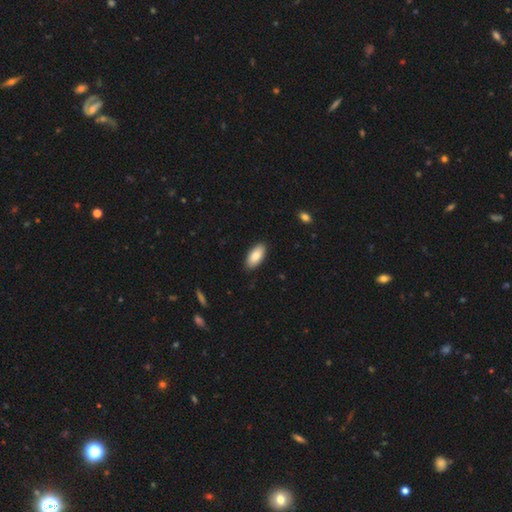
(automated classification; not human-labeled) Smooth or featured: smooth — 82% (featured or disk — 12%)
How rounded: in between — 91% (cigar-shaped — 7%)
Merging: none — 89% (minor disturbance — 9%)